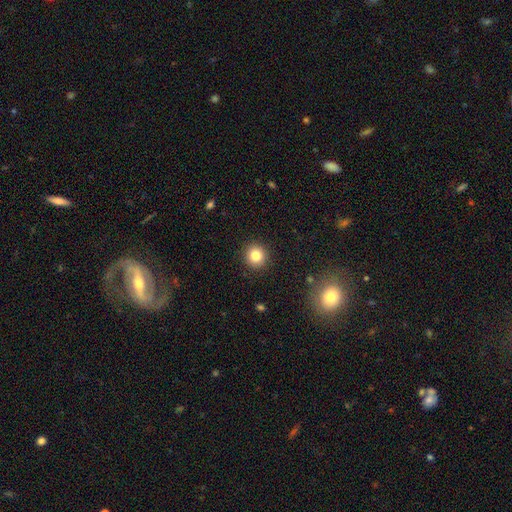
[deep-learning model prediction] The model was most divided on "smooth or featured": smooth: 82%, star or artifact: 11%, featured or disk: 7%. More confident: how rounded — round (94%); merging — none (92%).